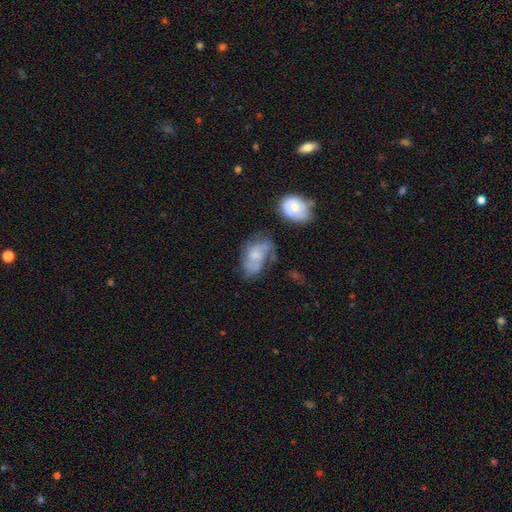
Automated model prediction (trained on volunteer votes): featured or disk 59%, smooth 32%, star or artifact 8%. Down the decision tree: edge-on disk — no (97%); bar — no (67%); spiral arms — yes (79%); bulge size — small (40%); merging — none (41%).